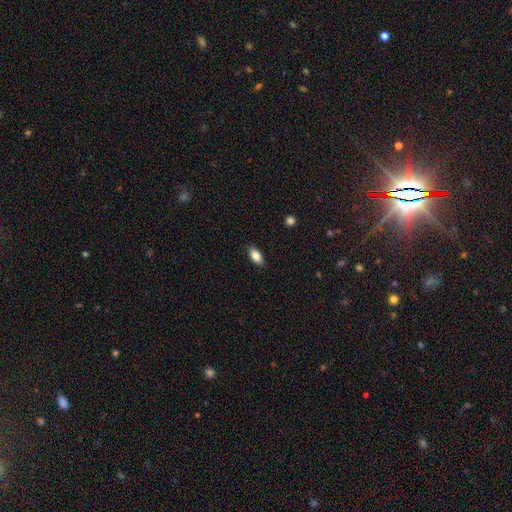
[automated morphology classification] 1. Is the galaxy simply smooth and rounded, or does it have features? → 85% smooth, 8% star or artifact, 7% featured or disk.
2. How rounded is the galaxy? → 89% in between, 7% cigar-shaped, 4% round.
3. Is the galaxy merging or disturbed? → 87% none, 10% minor disturbance, 2% major disturbance, 1% merger.